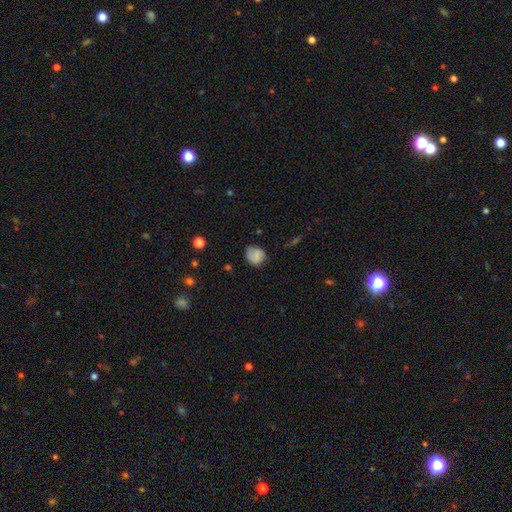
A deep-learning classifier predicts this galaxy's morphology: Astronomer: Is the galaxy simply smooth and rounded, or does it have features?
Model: smooth — 75%.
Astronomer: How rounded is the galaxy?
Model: round — 72%.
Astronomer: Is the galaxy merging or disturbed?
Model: none — 68%.